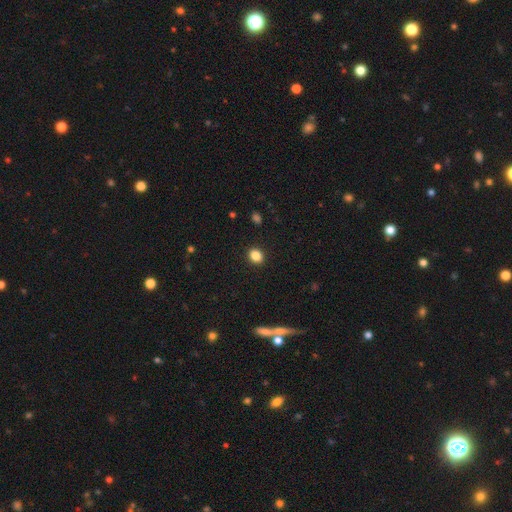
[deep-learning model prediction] Smooth or featured? Predicted: smooth (p=0.85). How rounded? Predicted: round (p=0.60). Merging? Predicted: none (p=0.91).